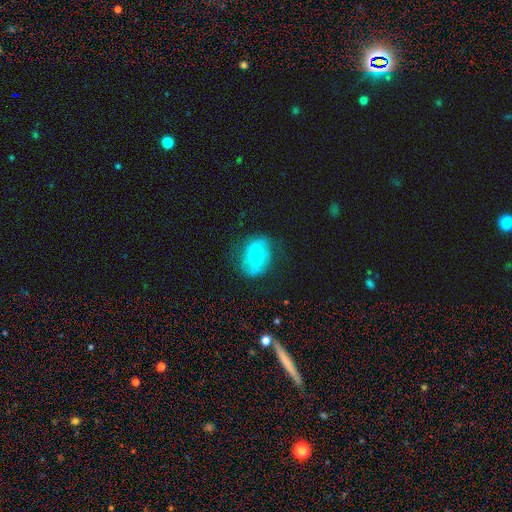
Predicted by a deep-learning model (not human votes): Smooth or featured: featured or disk — 49% (smooth — 43%)
Merging: none — 72% (minor disturbance — 20%)